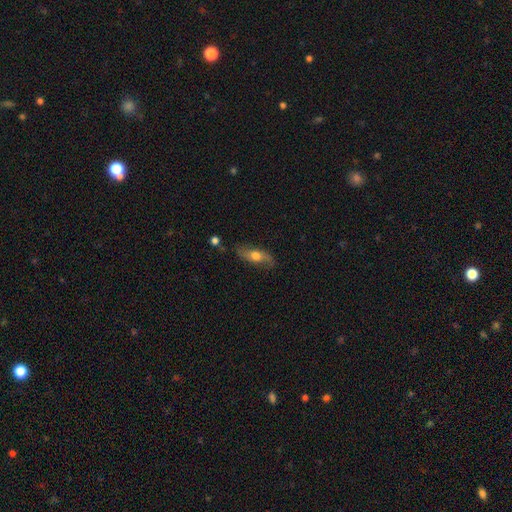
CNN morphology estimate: Overall: featured or disk (48%; smooth 45%). Merging: none (75%).